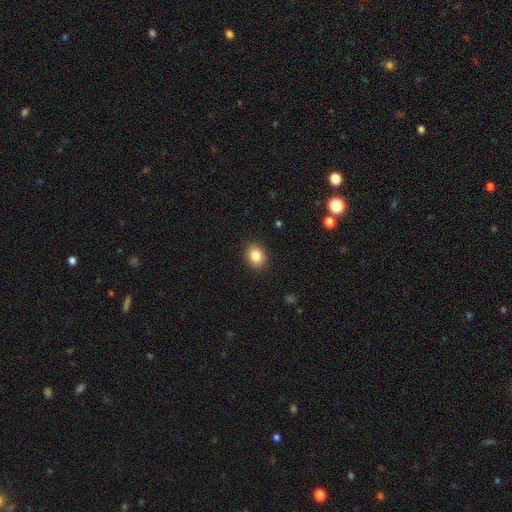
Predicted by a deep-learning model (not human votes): The model was most divided on "how rounded": in between: 50%, round: 49%, cigar-shaped: 1%. More confident: merging — none (89%); smooth or featured — smooth (84%).